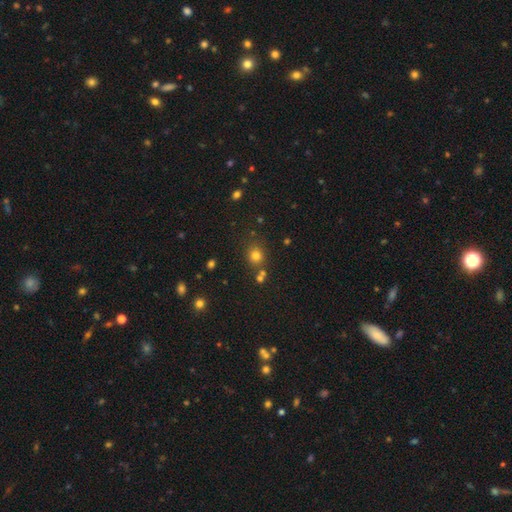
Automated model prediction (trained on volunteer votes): Q: Smooth or featured?
A: smooth (77%); runner-up: star or artifact (17%)
Q: How rounded?
A: round (82%); runner-up: in between (17%)
Q: Merging?
A: none (74%); runner-up: merger (12%)